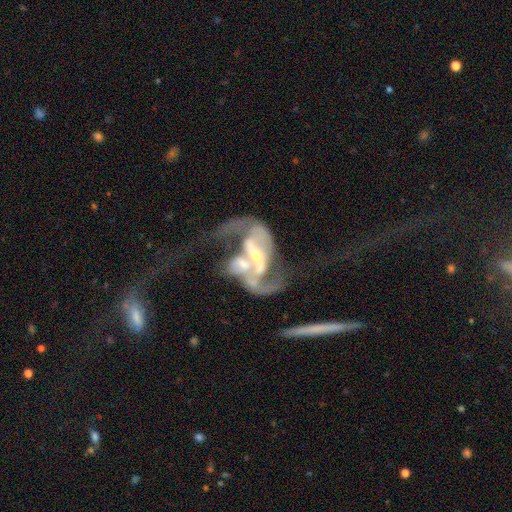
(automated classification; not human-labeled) A featured or disk galaxy (86%) with a strong bar (37%), 2 (81%) loose (60%) spiral arms (87%) and a small central bulge (49%).

Vote fractions:
- Smooth or featured? featured or disk: 86% / smooth: 8% / star or artifact: 6%
- Edge-on disk? no: 94% / yes: 6%
- Bar? strong: 37% / weak: 32% / no: 31%
- Spiral arms? yes: 87% / no: 13%
- Spiral winding? loose: 60% / medium: 30% / tight: 10%
- Spiral arm count? 2: 81% / can't tell: 9% / 1: 5% / 3: 2% / 4: 1% / more than 4: 1%
- Bulge size? small: 49% / moderate: 42% / none: 4% / large: 3% / dominant: 1%
- Merging? merger: 57% / major disturbance: 21% / none: 15% / minor disturbance: 8%